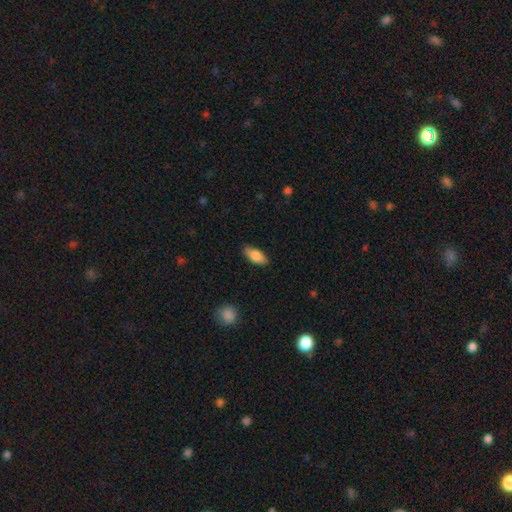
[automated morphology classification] smooth_or_featured: smooth (p=0.82) [alt: featured or disk p=0.11]
how_rounded: in between (p=0.86) [alt: cigar-shaped p=0.11]
merging: none (p=0.85) [alt: minor disturbance p=0.12]